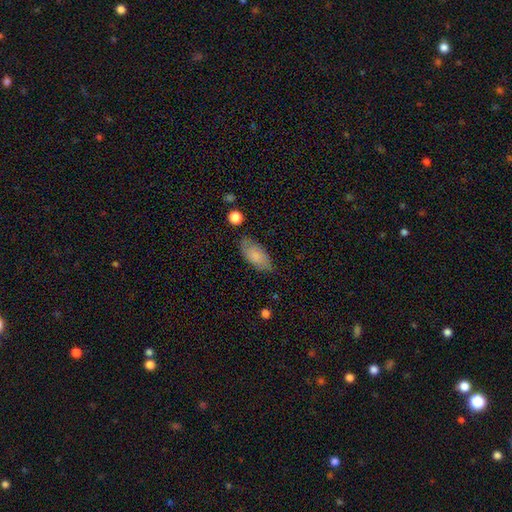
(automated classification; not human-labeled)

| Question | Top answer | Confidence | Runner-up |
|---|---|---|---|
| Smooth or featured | smooth | 80% | featured or disk (14%) |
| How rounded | in between | 90% | cigar-shaped (8%) |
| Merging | none | 72% | minor disturbance (21%) |